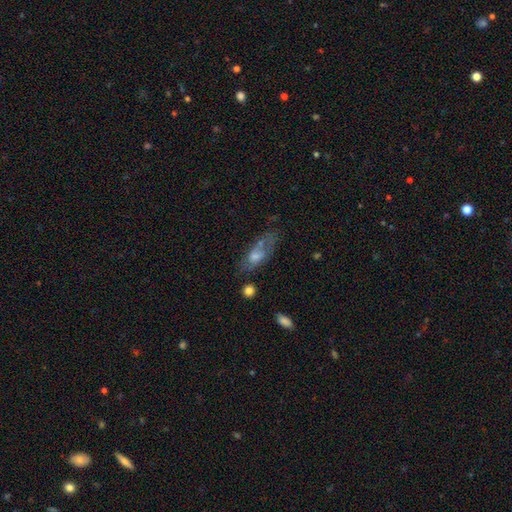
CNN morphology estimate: The model was most divided on "smooth or featured": smooth: 51%, featured or disk: 39%, star or artifact: 10%. Remaining: how rounded — in between (66%); merging — none (43%).